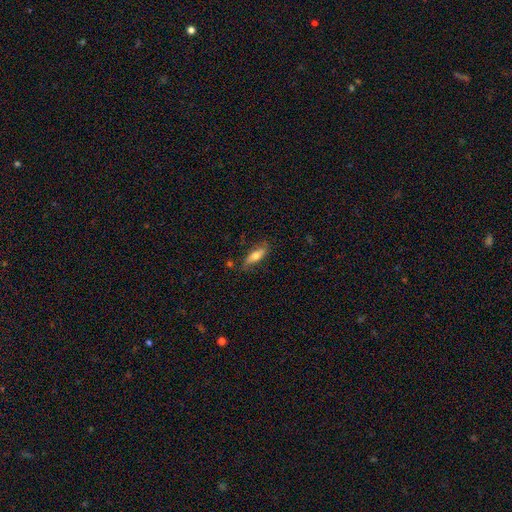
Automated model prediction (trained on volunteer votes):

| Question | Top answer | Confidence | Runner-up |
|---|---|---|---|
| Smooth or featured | smooth | 63% | featured or disk (30%) |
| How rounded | in between | 59% | cigar-shaped (39%) |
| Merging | none | 74% | minor disturbance (20%) |